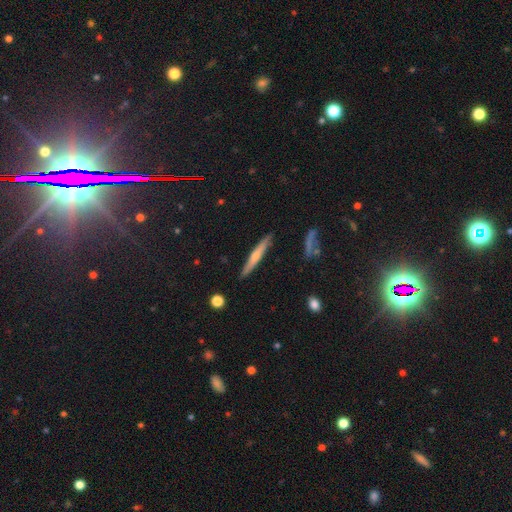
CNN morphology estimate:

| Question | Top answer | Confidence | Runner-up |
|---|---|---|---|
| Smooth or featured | smooth | 49% | featured or disk (45%) |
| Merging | none | 88% | minor disturbance (8%) |